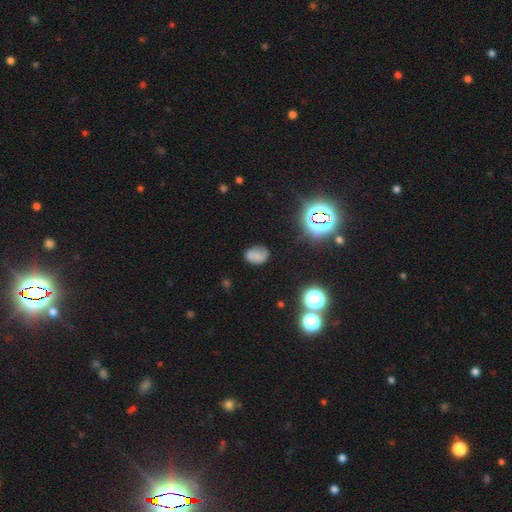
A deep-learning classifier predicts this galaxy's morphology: The model was most divided on "smooth or featured": smooth: 54%, featured or disk: 29%, star or artifact: 17%. More confident: how rounded — in between (66%); merging — none (66%).